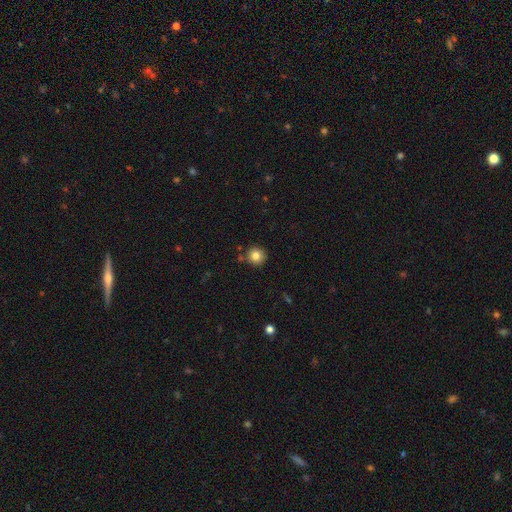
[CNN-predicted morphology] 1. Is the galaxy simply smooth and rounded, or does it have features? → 82% smooth, 11% star or artifact, 7% featured or disk.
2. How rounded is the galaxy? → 93% round, 6% in between, 1% cigar-shaped.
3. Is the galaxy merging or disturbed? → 85% none, 8% minor disturbance, 5% merger, 2% major disturbance.